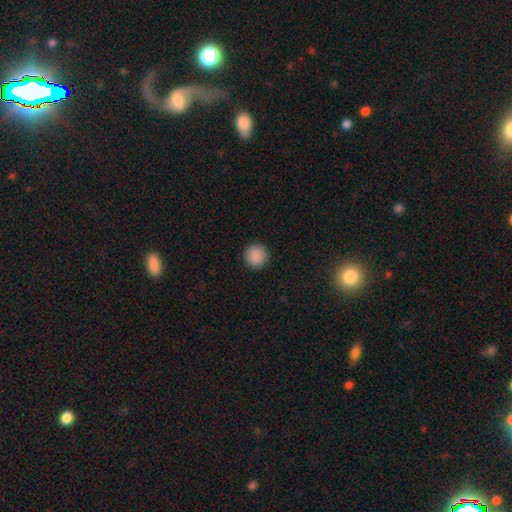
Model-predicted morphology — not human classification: Overall: smooth (90%). How rounded: round (95%). Merging: none (93%).